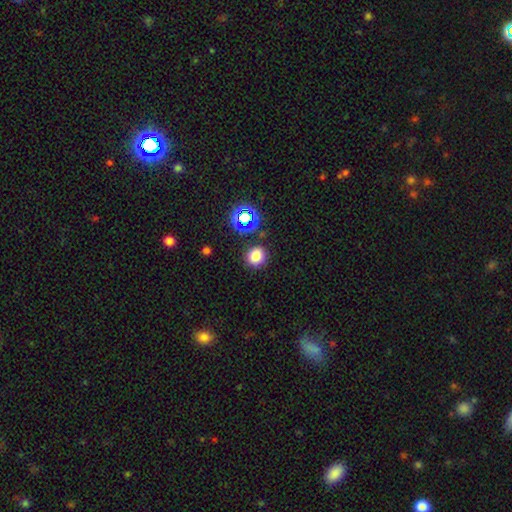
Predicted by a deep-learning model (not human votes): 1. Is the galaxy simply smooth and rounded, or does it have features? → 76% smooth, 18% star or artifact, 6% featured or disk.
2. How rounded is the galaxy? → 81% round, 18% in between, 1% cigar-shaped.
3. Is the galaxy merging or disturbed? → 85% none, 9% minor disturbance, 3% merger, 3% major disturbance.